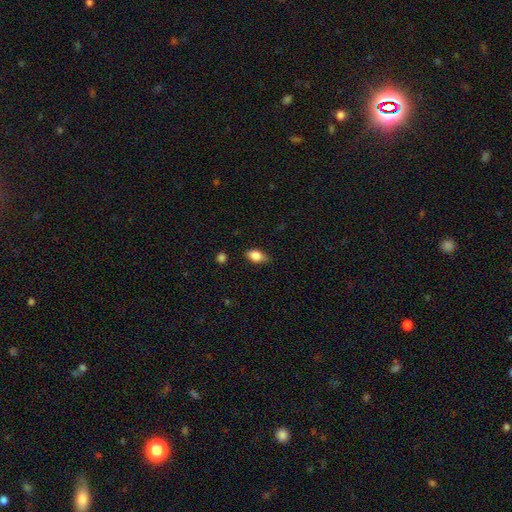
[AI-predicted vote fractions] smooth 84%, star or artifact 8%, featured or disk 8%. Down the decision tree: how rounded — in between (86%); merging — none (74%).